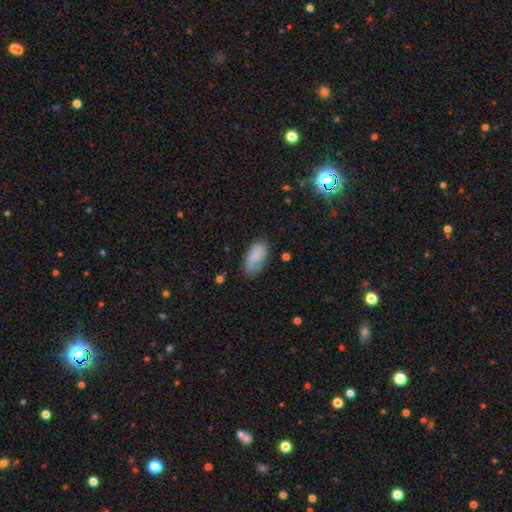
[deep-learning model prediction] Q: Smooth or featured?
A: smooth (77%); runner-up: featured or disk (16%)
Q: How rounded?
A: in between (91%); runner-up: cigar-shaped (6%)
Q: Merging?
A: none (68%); runner-up: minor disturbance (24%)